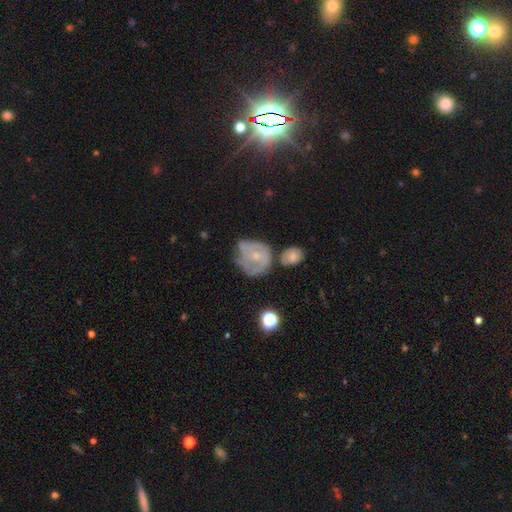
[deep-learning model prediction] Q: Smooth or featured?
A: featured or disk (62%); runner-up: smooth (27%)
Q: Edge-on disk?
A: no (97%); runner-up: yes (3%)
Q: Bar?
A: no (75%); runner-up: weak (21%)
Q: Spiral arms?
A: yes (70%); runner-up: no (30%)
Q: Bulge size?
A: small (65%); runner-up: moderate (29%)
Q: Merging?
A: none (43%); runner-up: minor disturbance (27%)